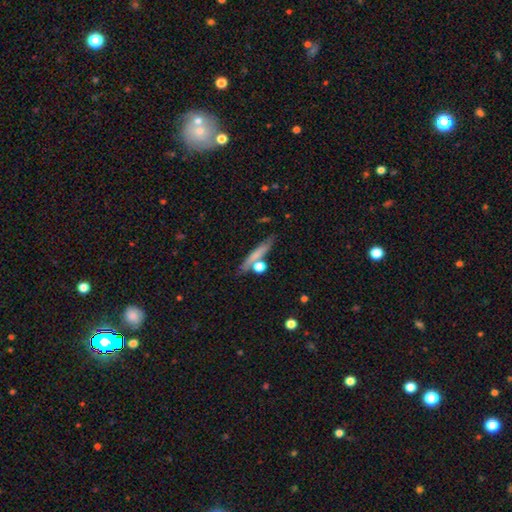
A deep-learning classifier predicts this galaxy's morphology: type=smooth (60%); roundness=cigar-shaped (82%); merging=none (72%).